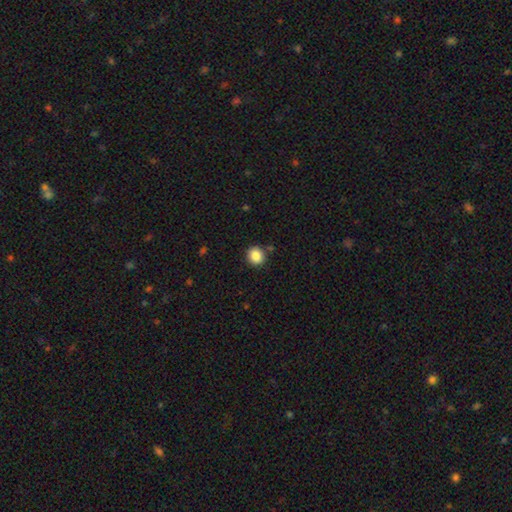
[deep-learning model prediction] Morphology: type=smooth (86%); roundness=round (86%); merging=none (88%).